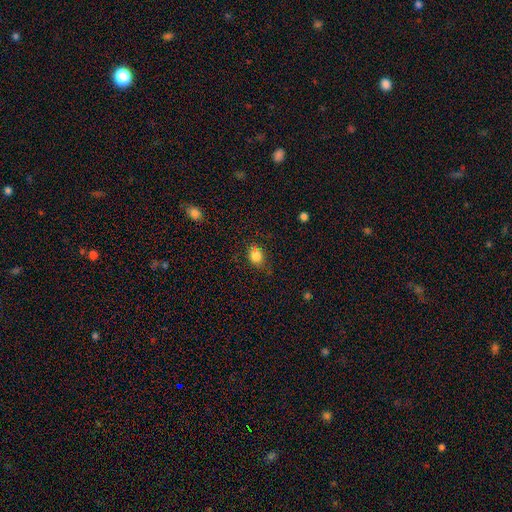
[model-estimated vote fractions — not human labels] Smooth or featured? smooth (86%)
How rounded? in between (69%)
Merging? none (79%)